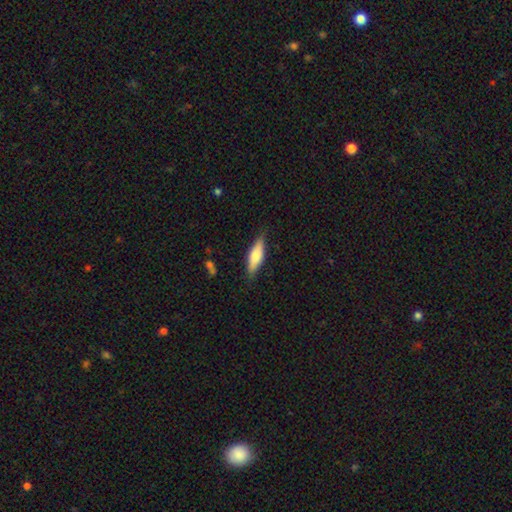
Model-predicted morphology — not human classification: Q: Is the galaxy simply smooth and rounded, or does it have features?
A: smooth — 65%.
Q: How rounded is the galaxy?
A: in between — 49%, tied with cigar-shaped.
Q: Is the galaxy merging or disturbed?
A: none — 81%.